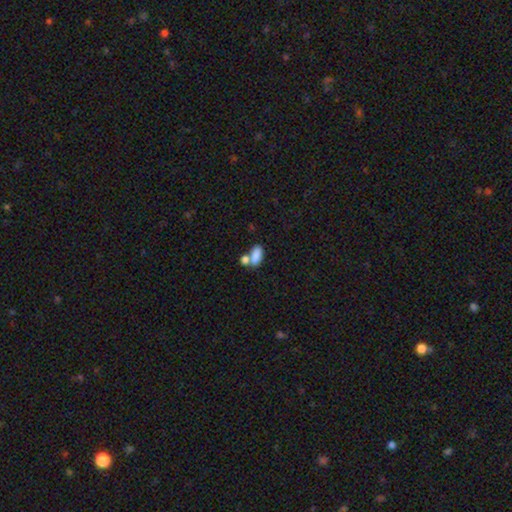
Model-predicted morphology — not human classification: Smooth or featured: smooth — 84% (star or artifact — 9%)
How rounded: in between — 89% (cigar-shaped — 6%)
Merging: merger — 44% (none — 41%)